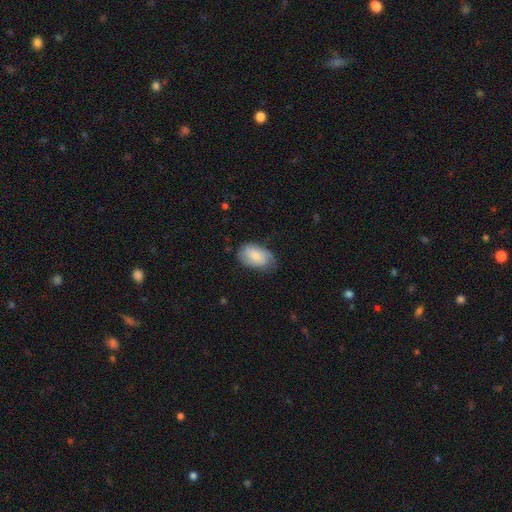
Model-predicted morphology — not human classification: Smooth or featured: smooth — 68% (featured or disk — 25%)
How rounded: in between — 91% (round — 8%)
Merging: none — 63% (minor disturbance — 29%)